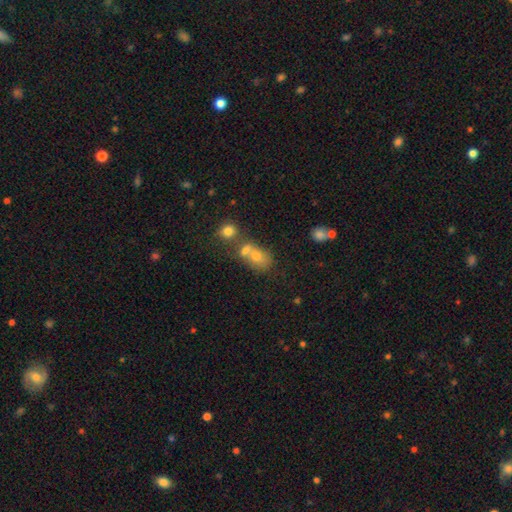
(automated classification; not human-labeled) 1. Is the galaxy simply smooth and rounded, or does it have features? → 64% smooth, 20% featured or disk, 16% star or artifact.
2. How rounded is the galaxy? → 50% in between, 48% round, 2% cigar-shaped.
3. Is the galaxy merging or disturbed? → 57% merger, 30% none, 9% minor disturbance, 5% major disturbance.